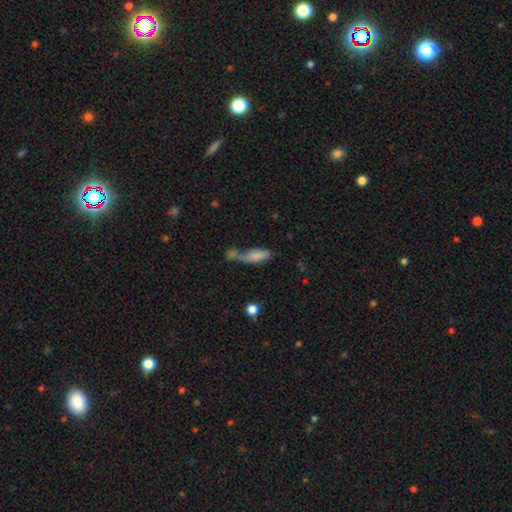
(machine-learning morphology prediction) This is likely a smooth galaxy (75%). How rounded: likely in between (63%). Merging: possibly merger (46%).